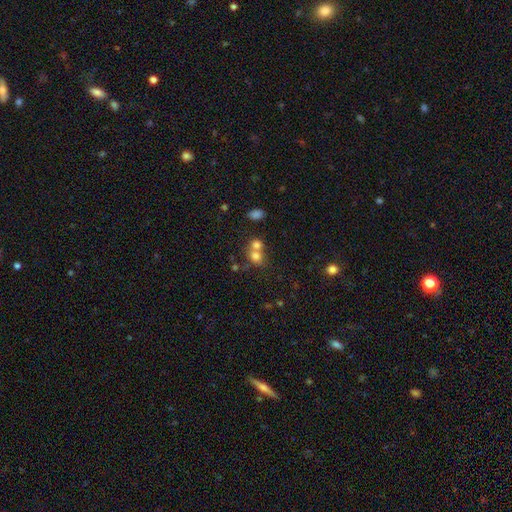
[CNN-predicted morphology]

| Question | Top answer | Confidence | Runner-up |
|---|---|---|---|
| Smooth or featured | smooth | 74% | star or artifact (13%) |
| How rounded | round | 70% | in between (29%) |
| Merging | merger | 57% | none (33%) |